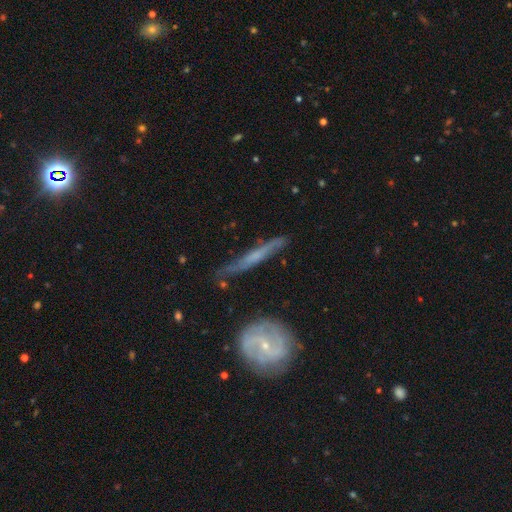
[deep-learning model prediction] featured or disk 69%, smooth 24%, star or artifact 7%. Down the decision tree: edge-on disk — yes (81%); edge-on bulge — none (51%); merging — none (74%).